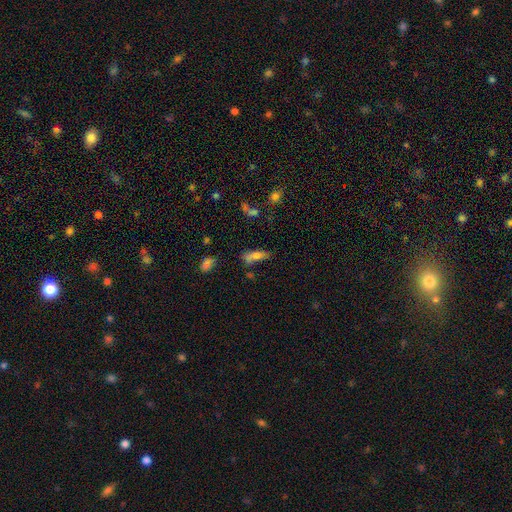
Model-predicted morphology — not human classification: Overall: smooth (68%). How rounded: in between (54%; cigar-shaped 43%). Merging: none (45%; minor disturbance 24%).